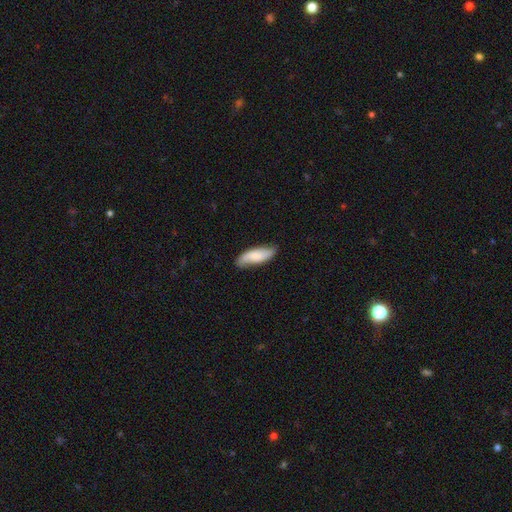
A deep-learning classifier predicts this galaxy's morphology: smooth 68%, featured or disk 26%, star or artifact 6%. Down the decision tree: how rounded — in between (61%); merging — none (76%).